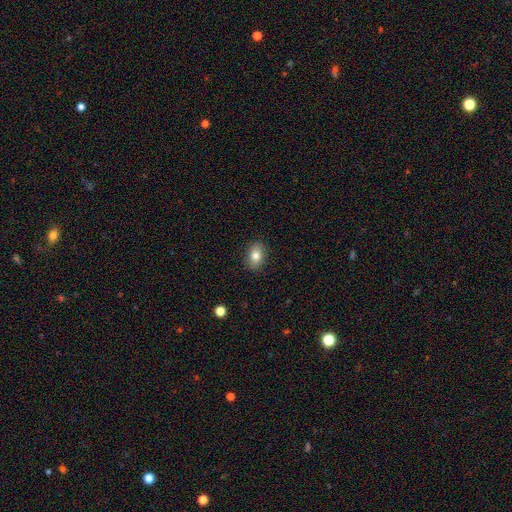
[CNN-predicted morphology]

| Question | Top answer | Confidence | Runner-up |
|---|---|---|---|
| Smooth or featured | smooth | 81% | featured or disk (10%) |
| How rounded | in between | 78% | round (21%) |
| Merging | none | 89% | minor disturbance (8%) |